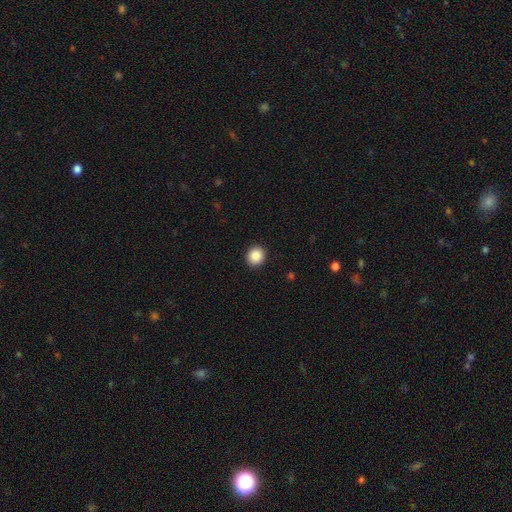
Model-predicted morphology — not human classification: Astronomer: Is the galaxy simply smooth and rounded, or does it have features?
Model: smooth — 88%.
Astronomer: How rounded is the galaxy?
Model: round — 85%.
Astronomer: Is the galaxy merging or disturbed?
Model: none — 92%.